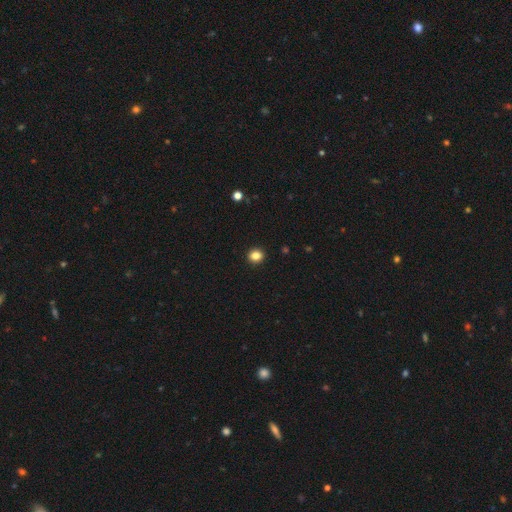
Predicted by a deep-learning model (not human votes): The model was most divided on "how rounded": round: 80%, in between: 20%, cigar-shaped: 1%. More confident: merging — none (93%); smooth or featured — smooth (85%).